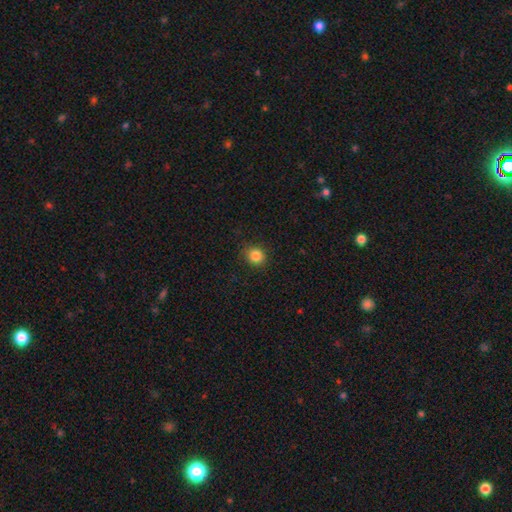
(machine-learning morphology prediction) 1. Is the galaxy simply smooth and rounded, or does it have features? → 85% smooth, 11% star or artifact, 4% featured or disk.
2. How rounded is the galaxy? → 85% round, 14% in between, 1% cigar-shaped.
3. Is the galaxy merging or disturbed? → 88% none, 8% minor disturbance, 2% major disturbance, 1% merger.